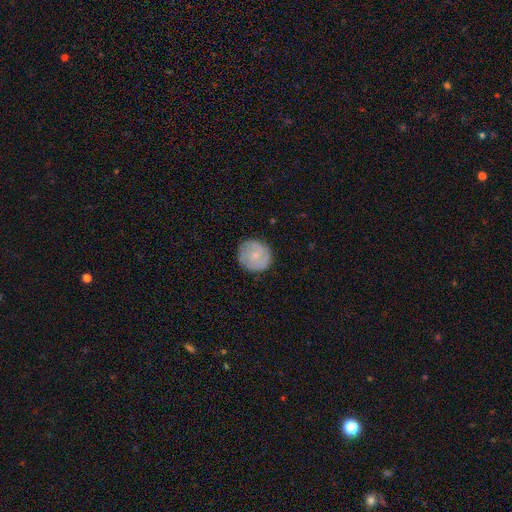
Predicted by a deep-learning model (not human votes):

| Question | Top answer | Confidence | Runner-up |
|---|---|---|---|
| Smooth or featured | smooth | 58% | featured or disk (36%) |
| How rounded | round | 90% | in between (9%) |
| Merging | none | 84% | minor disturbance (12%) |